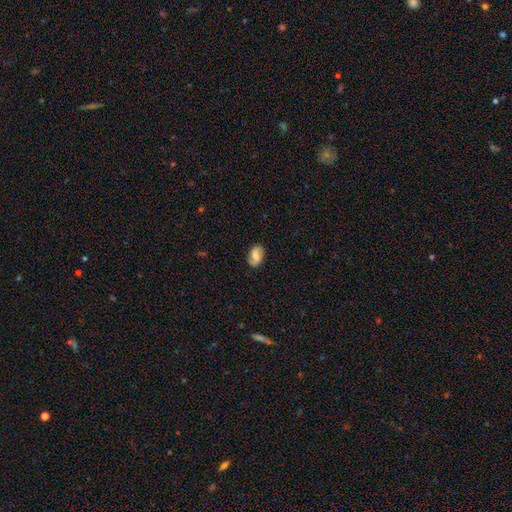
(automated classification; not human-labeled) Smooth or featured? featured or disk (48%)
Merging? none (81%)